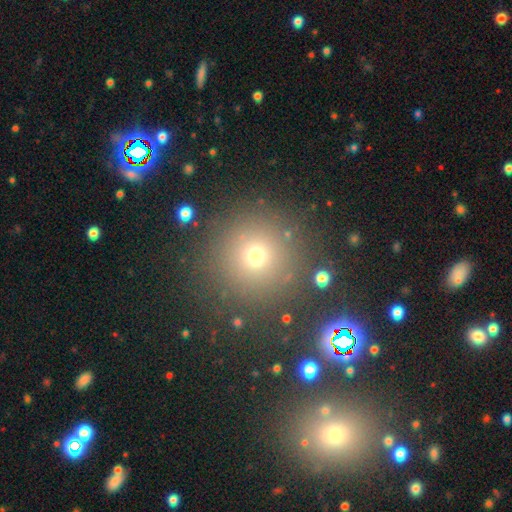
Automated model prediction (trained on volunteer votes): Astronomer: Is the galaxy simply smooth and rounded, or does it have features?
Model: smooth — 61%.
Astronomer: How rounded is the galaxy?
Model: round — 96%.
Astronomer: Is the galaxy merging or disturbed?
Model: none — 88%.